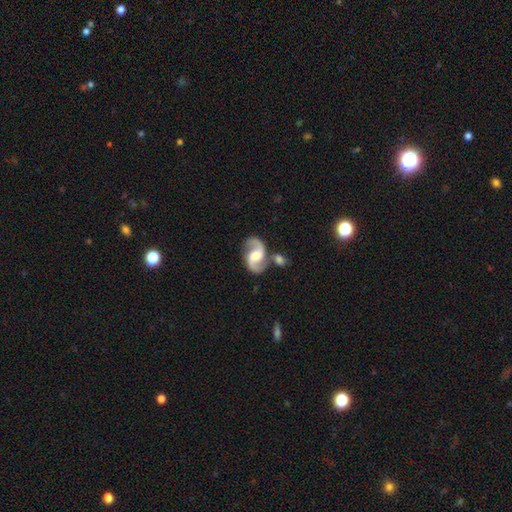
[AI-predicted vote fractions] featured or disk 90%, smooth 6%, star or artifact 4%. Down the decision tree: edge-on disk — no (98%); bar — weak (45%); spiral arms — yes (97%); spiral arm count — 2 (94%); spiral winding — medium (51%); bulge size — moderate (48%); merging — none (63%).